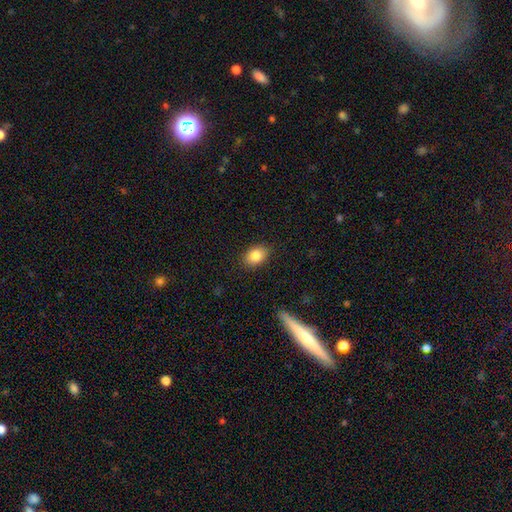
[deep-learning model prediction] Q: Smooth or featured?
A: smooth (84%); runner-up: star or artifact (8%)
Q: How rounded?
A: in between (78%); runner-up: round (20%)
Q: Merging?
A: none (87%); runner-up: minor disturbance (9%)